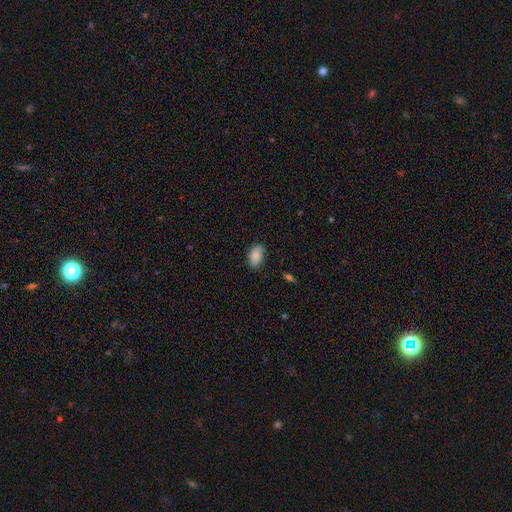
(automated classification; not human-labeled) Morphology: type=smooth (82%); roundness=in between (90%); merging=none (79%).